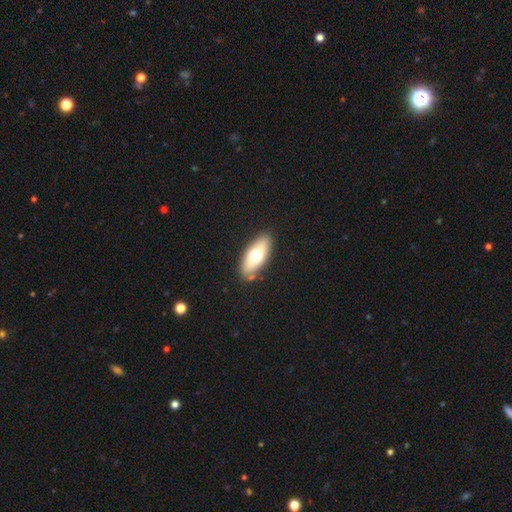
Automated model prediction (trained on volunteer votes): The model was most divided on "smooth or featured": smooth: 63%, featured or disk: 30%, star or artifact: 7%. More confident: merging — none (86%); how rounded — in between (79%).